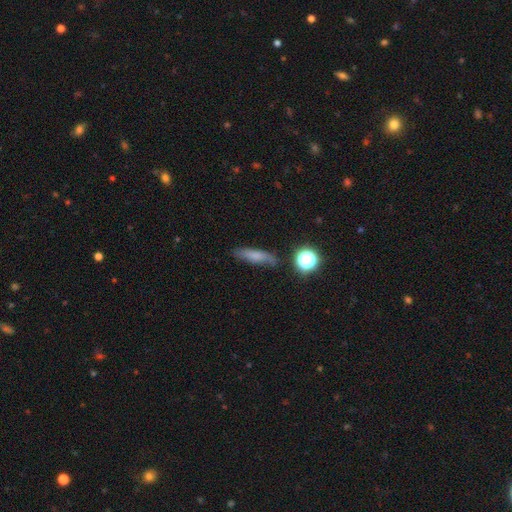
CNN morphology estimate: smooth_or_featured: smooth (p=0.69) [alt: featured or disk p=0.19]
how_rounded: cigar-shaped (p=0.67) [alt: in between p=0.26]
merging: none (p=0.73) [alt: minor disturbance p=0.18]